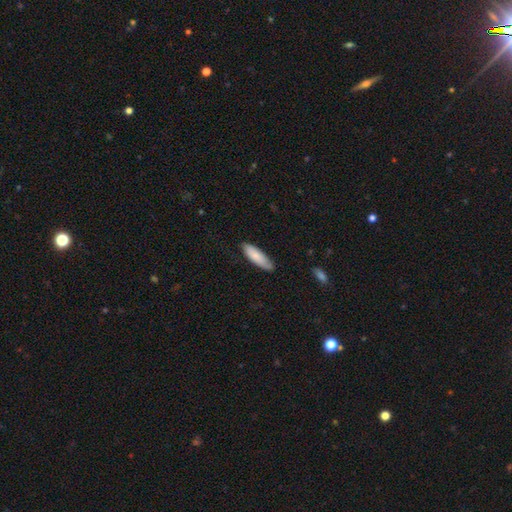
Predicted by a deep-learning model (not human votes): Smooth or featured: smooth — 83% (featured or disk — 12%)
How rounded: in between — 50% (cigar-shaped — 49%)
Merging: none — 78% (minor disturbance — 18%)